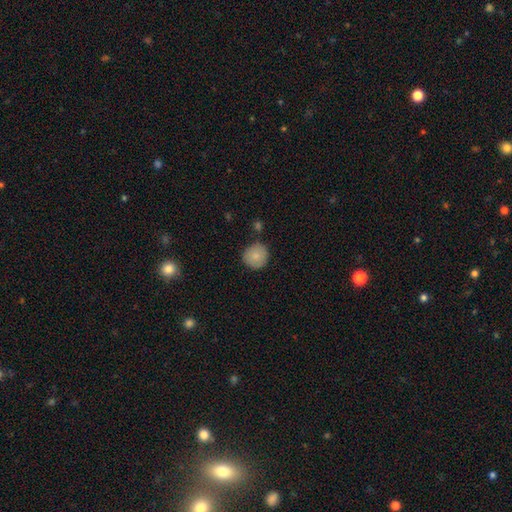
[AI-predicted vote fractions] Overall: smooth (85%). How rounded: round (93%). Merging: none (82%).